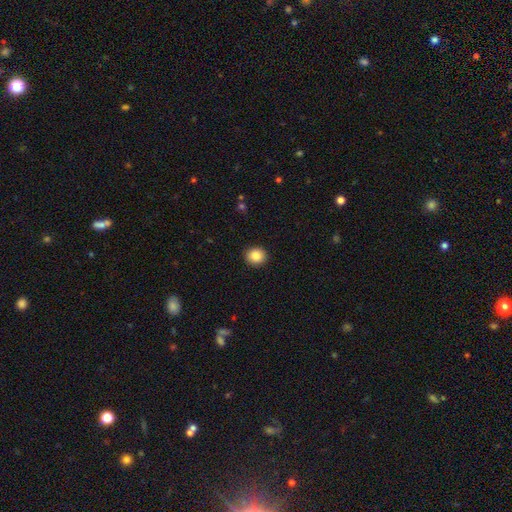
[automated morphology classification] This appears to be a smooth galaxy with no disk features (86%) that is round (83%). Merging: none (92%).